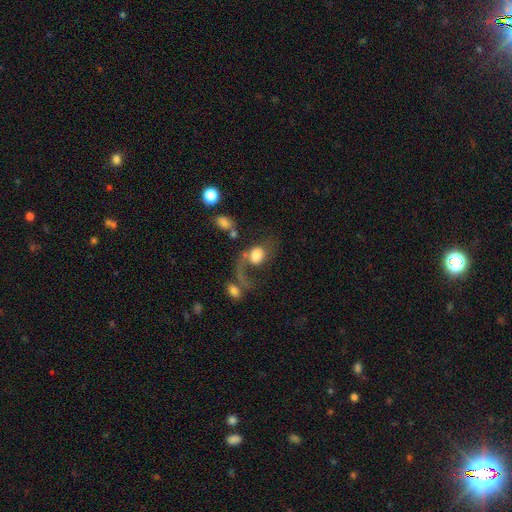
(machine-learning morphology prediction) Overall: smooth (51%; featured or disk 40%). How rounded: in between (52%; round 46%). Merging: major disturbance (45%; none 23%).